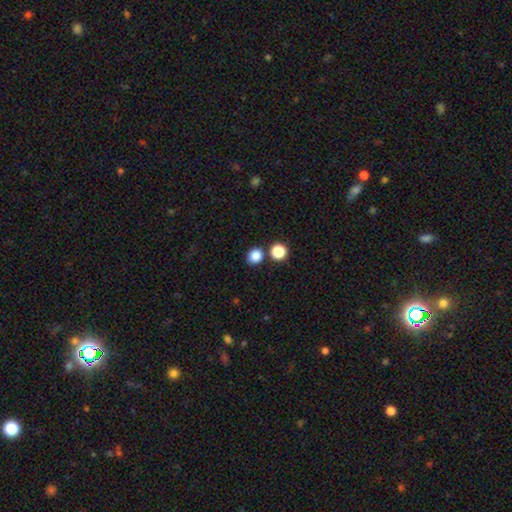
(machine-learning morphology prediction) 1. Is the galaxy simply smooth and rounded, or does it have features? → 84% smooth, 12% star or artifact, 4% featured or disk.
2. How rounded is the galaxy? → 80% round, 19% in between, 1% cigar-shaped.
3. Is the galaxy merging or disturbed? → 79% none, 11% merger, 7% minor disturbance, 3% major disturbance.